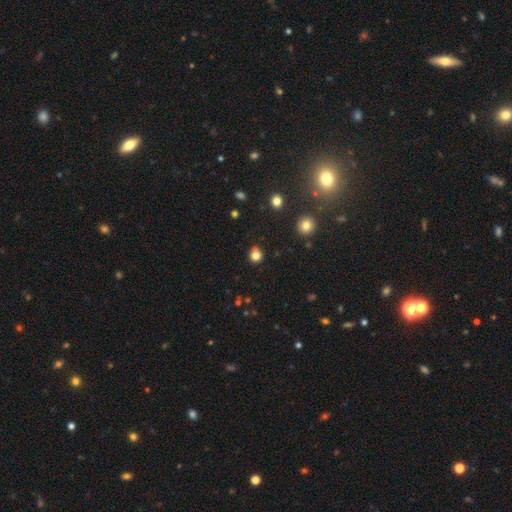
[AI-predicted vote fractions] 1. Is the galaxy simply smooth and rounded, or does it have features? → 81% smooth, 13% star or artifact, 6% featured or disk.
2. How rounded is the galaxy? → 77% round, 22% in between, 1% cigar-shaped.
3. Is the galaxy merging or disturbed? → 79% none, 15% minor disturbance, 3% major disturbance, 3% merger.